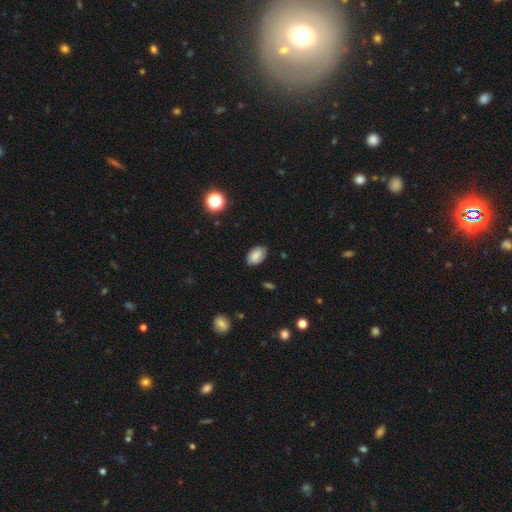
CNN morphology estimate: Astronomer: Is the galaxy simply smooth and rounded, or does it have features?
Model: smooth — 72%.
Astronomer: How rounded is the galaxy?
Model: in between — 88%.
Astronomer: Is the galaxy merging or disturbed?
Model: none — 76%.